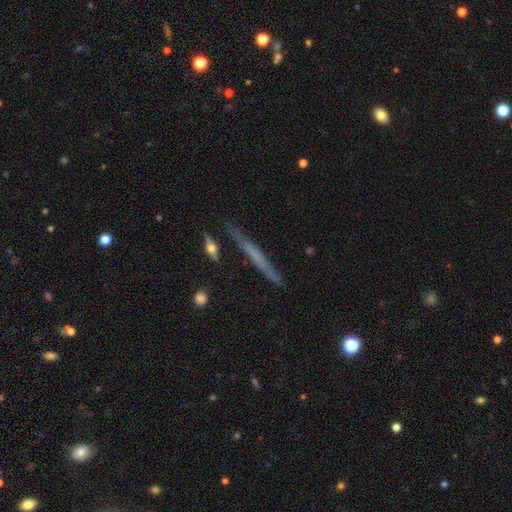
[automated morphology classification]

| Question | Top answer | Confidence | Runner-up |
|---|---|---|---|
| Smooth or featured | featured or disk | 53% | smooth (40%) |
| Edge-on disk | yes | 96% | no (4%) |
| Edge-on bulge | none | 83% | rounded (12%) |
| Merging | none | 86% | minor disturbance (10%) |